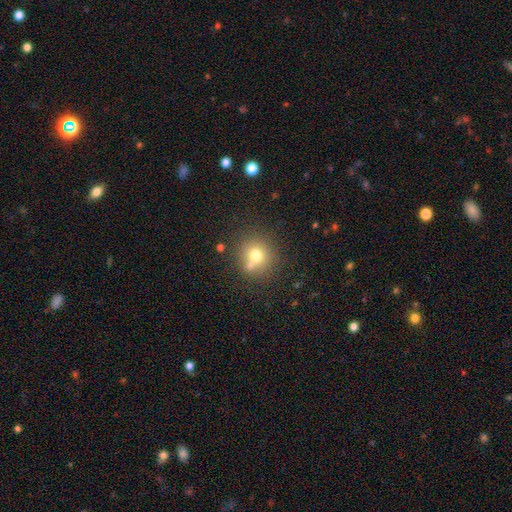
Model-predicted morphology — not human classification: smooth_or_featured: smooth (p=0.71) [alt: featured or disk p=0.15]
how_rounded: round (p=0.88) [alt: in between p=0.11]
merging: none (p=0.65) [alt: merger p=0.20]